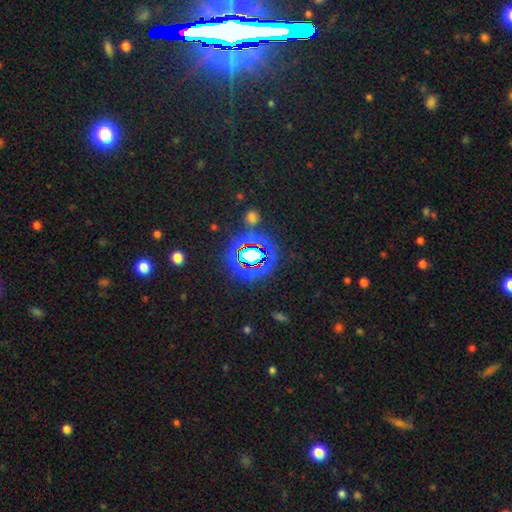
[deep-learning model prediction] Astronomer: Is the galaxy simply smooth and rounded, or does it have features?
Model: star or artifact — 74%.